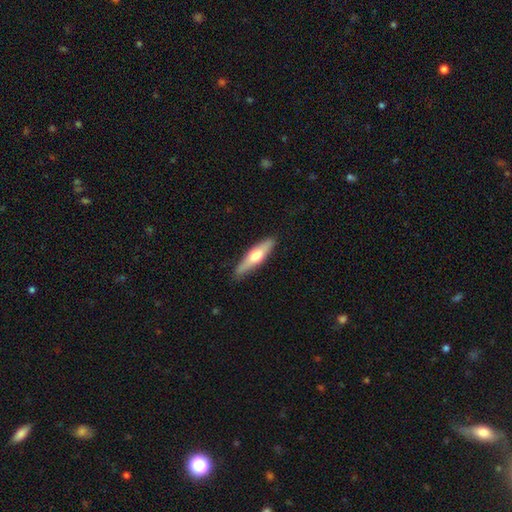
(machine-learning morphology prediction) Smooth or featured?
  - smooth: 49% *
  - featured or disk: 45%
  - star or artifact: 5%
Merging?
  - none: 88% *
  - minor disturbance: 9%
  - major disturbance: 2%
  - merger: 1%